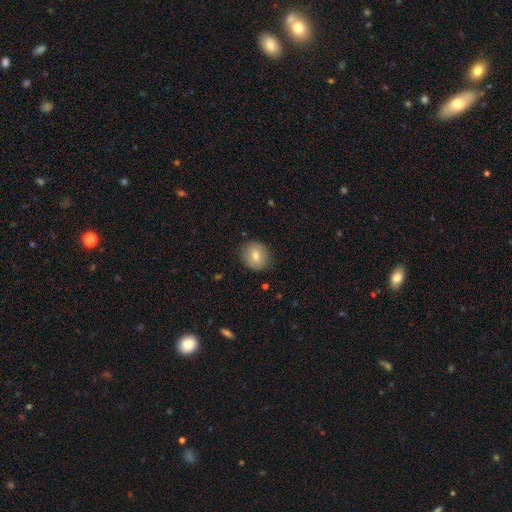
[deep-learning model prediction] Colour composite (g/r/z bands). It shows a smooth galaxy with no disk features (74%) that is round (80%). Merging: none (87%).